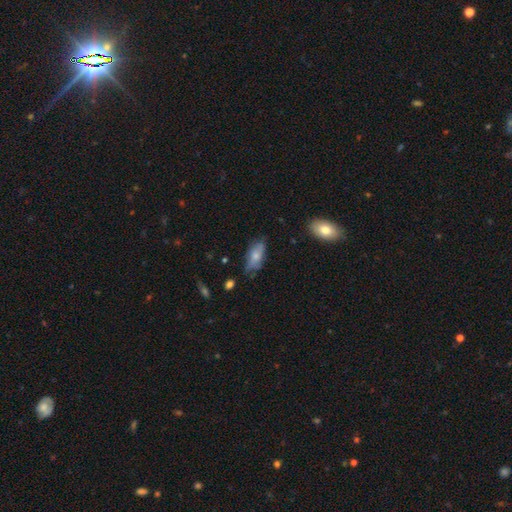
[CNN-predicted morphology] smooth 65%, featured or disk 28%, star or artifact 7%. Down the decision tree: how rounded — in between (82%); merging — none (61%).